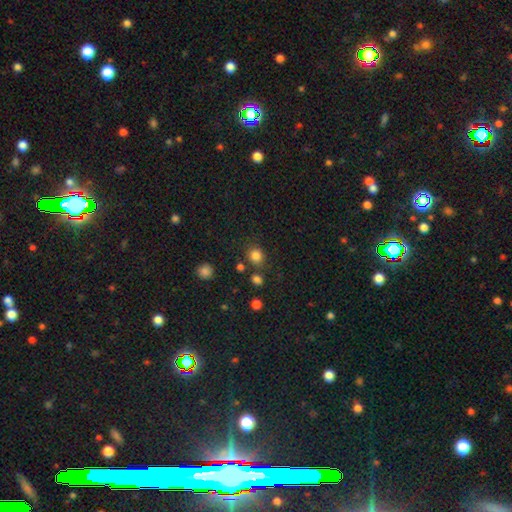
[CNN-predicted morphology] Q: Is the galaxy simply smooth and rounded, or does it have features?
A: smooth — 82%.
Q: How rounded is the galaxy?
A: round — 79%.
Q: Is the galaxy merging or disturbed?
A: none — 77%.